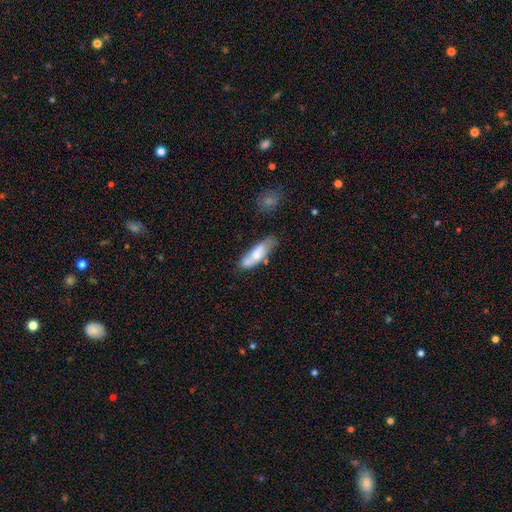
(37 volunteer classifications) Smooth or featured? 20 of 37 (54%) said smooth. How rounded? 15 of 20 (75%) said cigar-shaped. Merging? 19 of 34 (56%) said none.